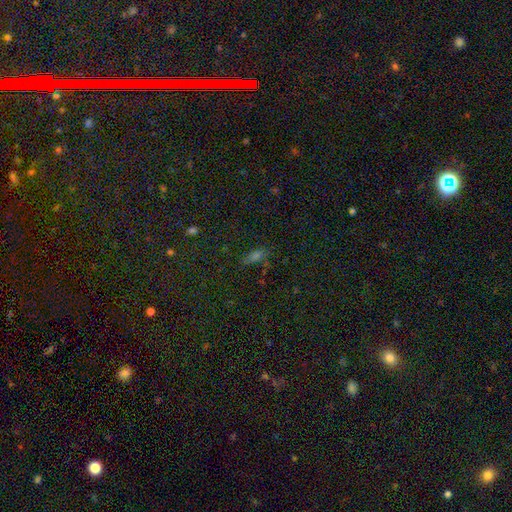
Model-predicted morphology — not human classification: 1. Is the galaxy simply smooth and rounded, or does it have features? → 50% smooth, 37% star or artifact, 13% featured or disk.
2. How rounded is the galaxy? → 69% in between, 21% cigar-shaped, 10% round.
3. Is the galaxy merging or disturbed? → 64% none, 20% minor disturbance, 10% major disturbance, 5% merger.